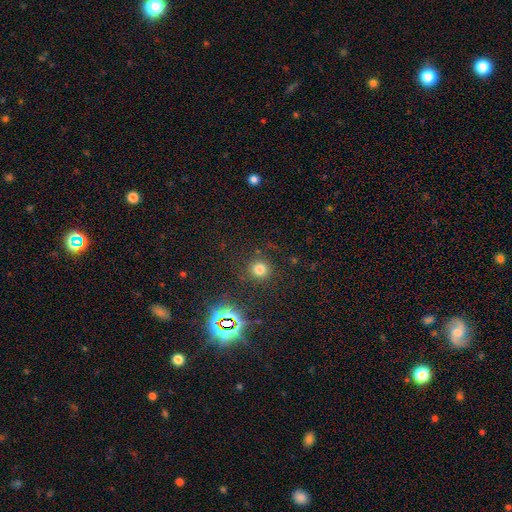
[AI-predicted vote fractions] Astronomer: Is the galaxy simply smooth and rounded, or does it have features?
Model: star or artifact — 63%.